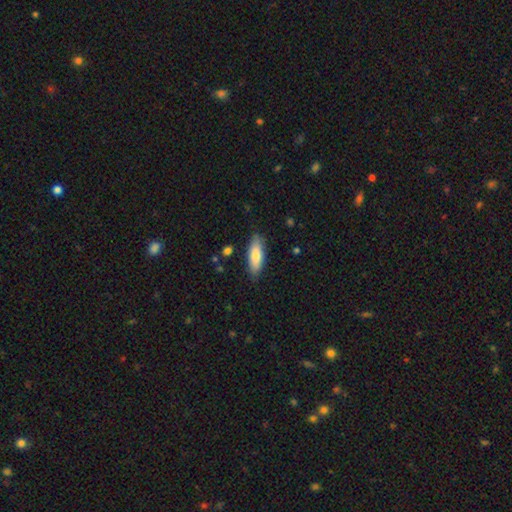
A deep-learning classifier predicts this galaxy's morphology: The model was most divided on "how rounded": in between: 59%, cigar-shaped: 39%, round: 2%. More confident: merging — none (85%); smooth or featured — smooth (81%).